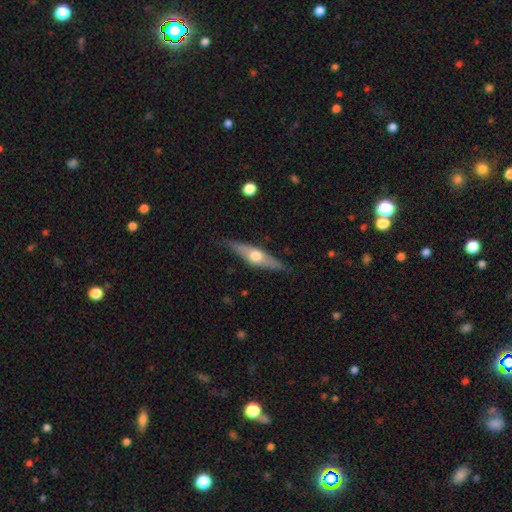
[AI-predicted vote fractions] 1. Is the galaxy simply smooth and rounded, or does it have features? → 58% featured or disk, 37% smooth, 5% star or artifact.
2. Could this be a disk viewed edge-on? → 90% yes, 10% no.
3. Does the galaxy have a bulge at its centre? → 93% rounded, 4% boxy, 3% none.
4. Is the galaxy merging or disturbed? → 81% none, 15% minor disturbance, 3% major disturbance, 1% merger.